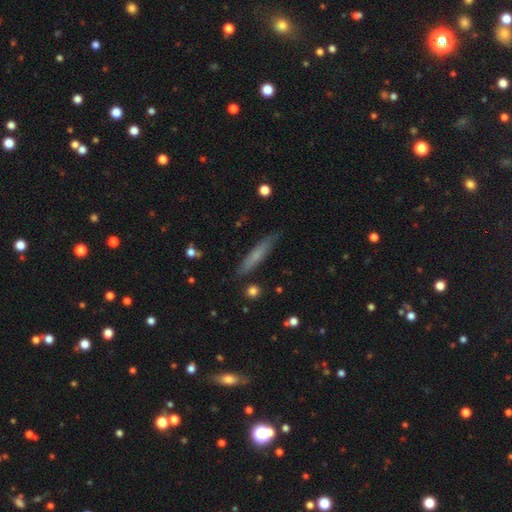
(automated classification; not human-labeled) Overall: smooth (59%; featured or disk 34%). How rounded: cigar-shaped (90%). Merging: none (83%).